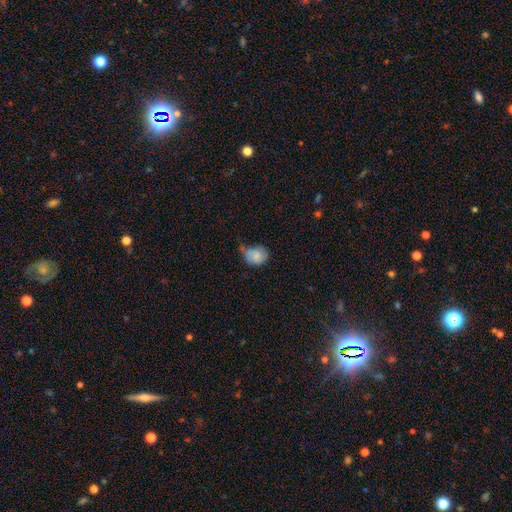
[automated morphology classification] Smooth or featured?
  - smooth: 79% *
  - featured or disk: 13%
  - star or artifact: 8%
How rounded?
  - round: 54% *
  - in between: 45%
  - cigar-shaped: 1%
Merging?
  - none: 38% *
  - minor disturbance: 37%
  - major disturbance: 14%
  - merger: 11%